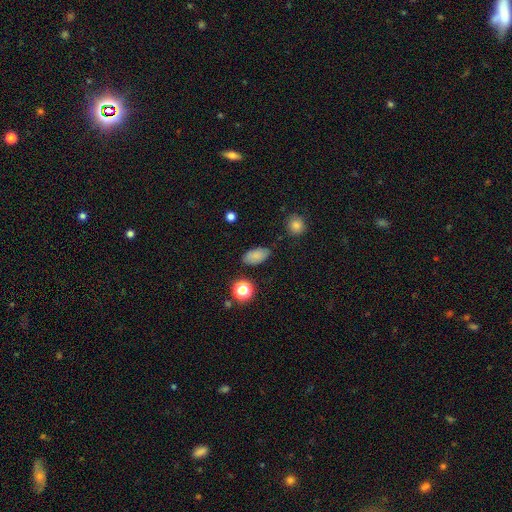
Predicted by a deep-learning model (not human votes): smooth-or-featured: smooth: 80% | star or artifact: 12% | featured or disk: 8%
  how-rounded: in between: 91% | round: 7% | cigar-shaped: 3%
  merging: none: 80% | minor disturbance: 14% | major disturbance: 4% | merger: 2%